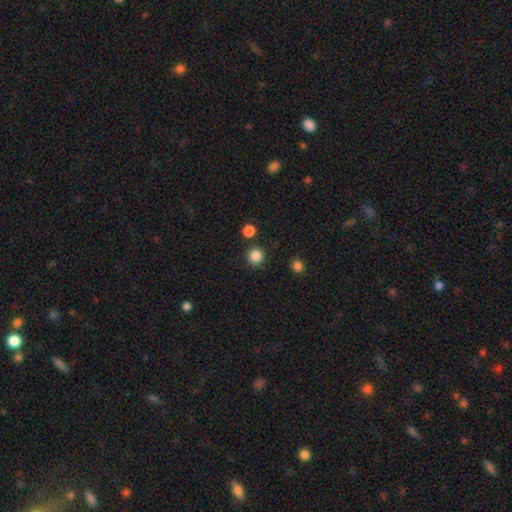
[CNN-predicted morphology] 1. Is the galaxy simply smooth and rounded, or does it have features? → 86% smooth, 11% star or artifact, 3% featured or disk.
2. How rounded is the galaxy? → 94% round, 5% in between, 1% cigar-shaped.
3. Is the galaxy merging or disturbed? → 87% none, 6% minor disturbance, 4% merger, 2% major disturbance.